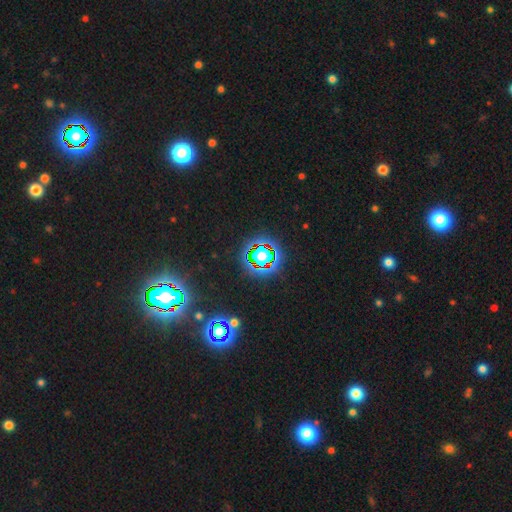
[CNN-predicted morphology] Smooth or featured? star or artifact (77%)